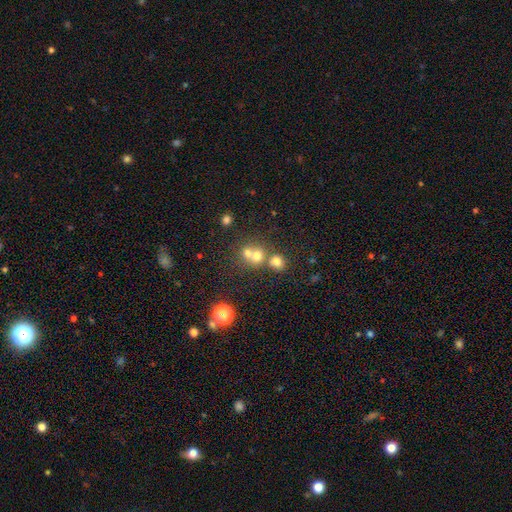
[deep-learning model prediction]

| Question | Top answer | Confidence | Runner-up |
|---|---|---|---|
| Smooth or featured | smooth | 65% | star or artifact (19%) |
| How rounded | round | 82% | in between (17%) |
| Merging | merger | 50% | none (41%) |